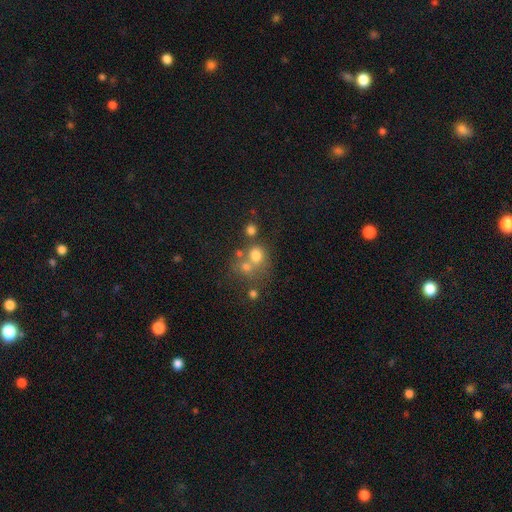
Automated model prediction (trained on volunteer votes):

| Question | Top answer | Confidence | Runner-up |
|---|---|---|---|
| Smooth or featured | smooth | 67% | star or artifact (17%) |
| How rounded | round | 74% | in between (25%) |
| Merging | none | 44% | merger (39%) |